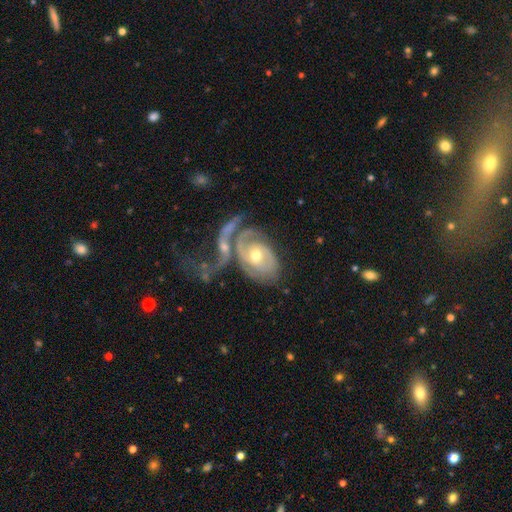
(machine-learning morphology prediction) featured or disk 84%, smooth 11%, star or artifact 5%. Down the decision tree: edge-on disk — no (96%); bar — no (65%); spiral arms — yes (90%); spiral arm count — 2 (40%); spiral winding — tight (56%); bulge size — moderate (62%); merging — merger (38%).